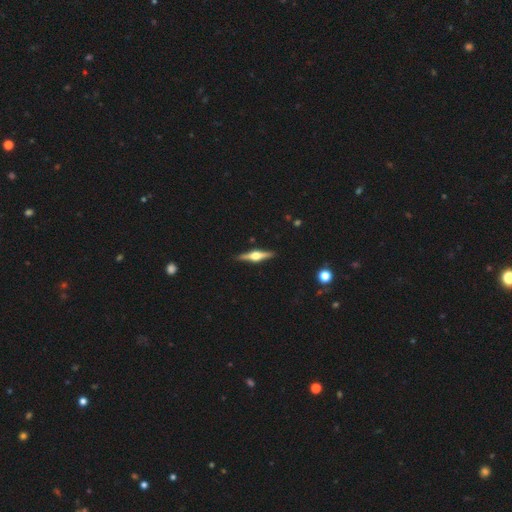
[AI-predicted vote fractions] This is likely a featured or disk galaxy (78%). It is clearly viewed edge-on (98%). Edge-on bulge: clearly rounded (95%). Merging: clearly none (91%).